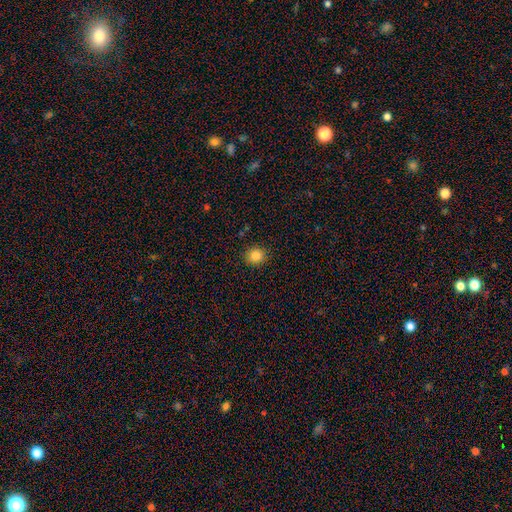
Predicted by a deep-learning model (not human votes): A smooth galaxy with no disk features (84%) that is round (86%).

Vote fractions:
- Smooth or featured? smooth: 84% / star or artifact: 11% / featured or disk: 5%
- How rounded? round: 86% / in between: 13% / cigar-shaped: 1%
- Merging? none: 91% / minor disturbance: 6% / major disturbance: 2% / merger: 1%